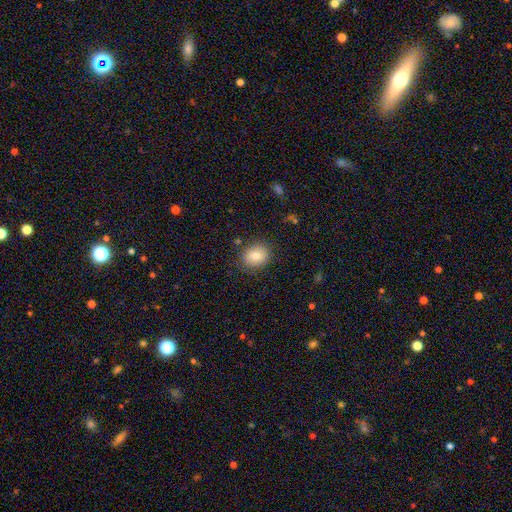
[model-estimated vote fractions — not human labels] Smooth or featured? smooth (80%)
How rounded? round (58%)
Merging? none (84%)